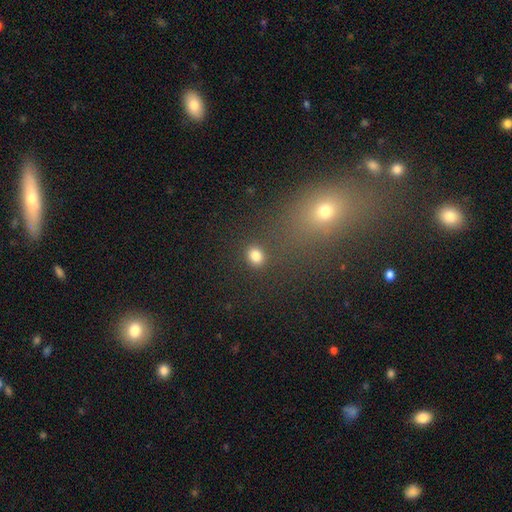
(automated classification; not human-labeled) A smooth galaxy with no disk features (82%) that is round (62%).

Vote fractions:
- Smooth or featured? smooth: 82% / star or artifact: 13% / featured or disk: 5%
- How rounded? round: 62% / in between: 37% / cigar-shaped: 1%
- Merging? none: 85% / minor disturbance: 8% / merger: 4% / major disturbance: 3%